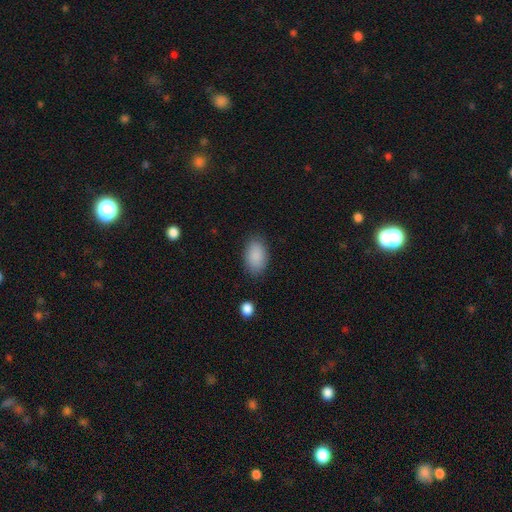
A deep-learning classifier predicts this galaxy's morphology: smooth_or_featured: smooth (p=0.89) [alt: star or artifact p=0.07]
how_rounded: in between (p=0.92) [alt: round p=0.07]
merging: none (p=0.84) [alt: minor disturbance p=0.11]